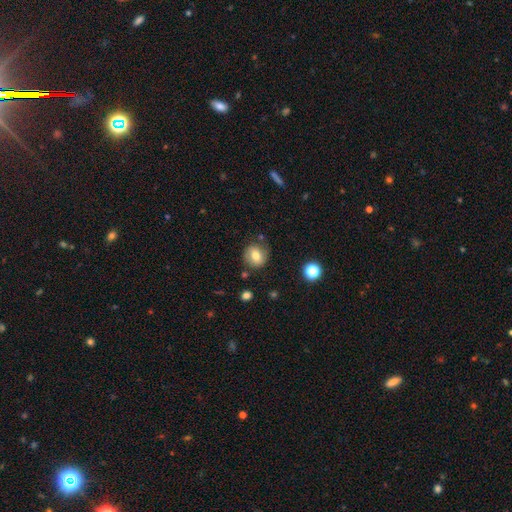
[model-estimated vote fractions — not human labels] Morphology: type=smooth (70%); roundness=round (80%); merging=none (79%).